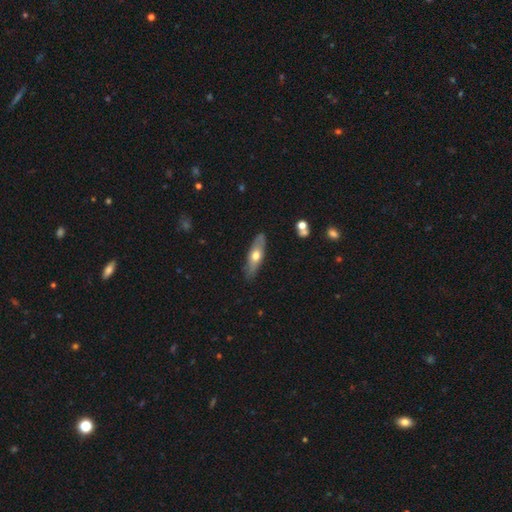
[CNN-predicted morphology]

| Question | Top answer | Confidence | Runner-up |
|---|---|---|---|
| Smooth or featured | smooth | 51% | featured or disk (44%) |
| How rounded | cigar-shaped | 50% | in between (47%) |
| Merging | none | 83% | minor disturbance (13%) |